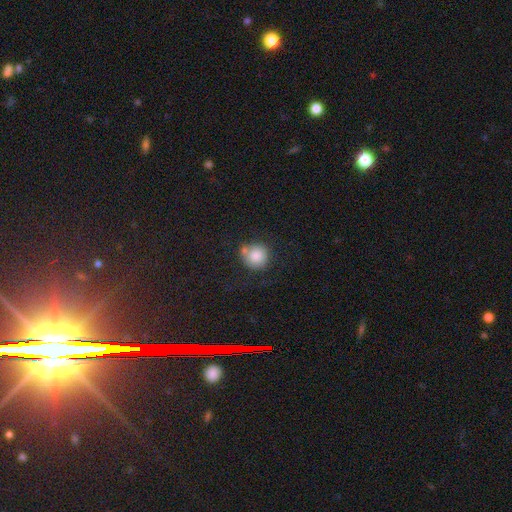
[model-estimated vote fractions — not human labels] Q: Smooth or featured?
A: smooth (83%); runner-up: star or artifact (8%)
Q: How rounded?
A: round (90%); runner-up: in between (9%)
Q: Merging?
A: none (57%); runner-up: minor disturbance (20%)